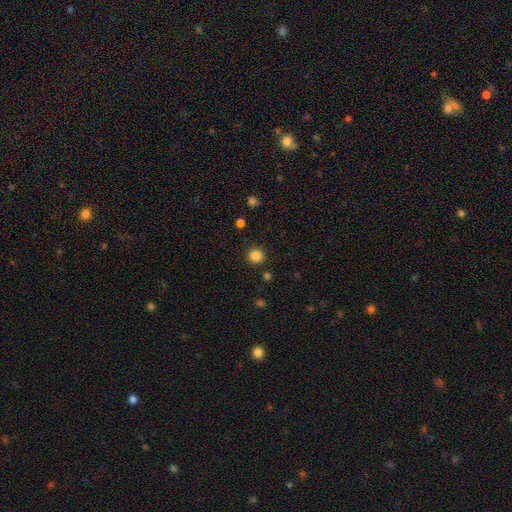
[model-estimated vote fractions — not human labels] smooth-or-featured: smooth: 85% | star or artifact: 12% | featured or disk: 3%
  how-rounded: round: 94% | in between: 5% | cigar-shaped: 1%
  merging: none: 91% | minor disturbance: 5% | major disturbance: 2% | merger: 2%